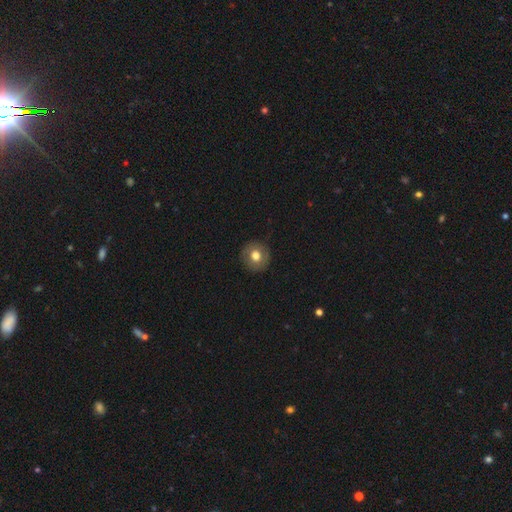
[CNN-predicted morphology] Smooth or featured: smooth — 72% (featured or disk — 20%)
How rounded: round — 92% (in between — 7%)
Merging: none — 89% (minor disturbance — 7%)